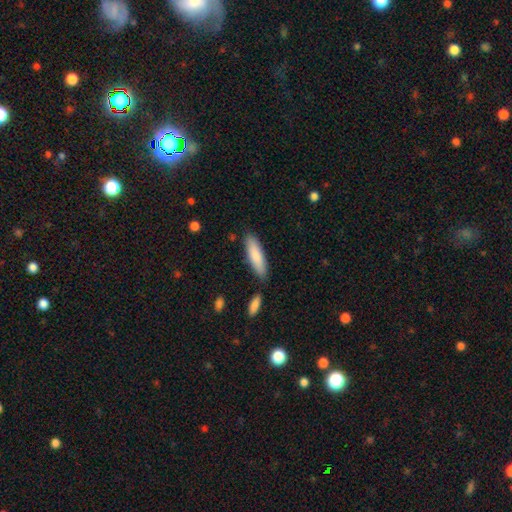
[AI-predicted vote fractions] smooth-or-featured: smooth: 84% | featured or disk: 11% | star or artifact: 5%
  how-rounded: cigar-shaped: 64% | in between: 35% | round: 1%
  merging: none: 80% | minor disturbance: 12% | merger: 6% | major disturbance: 3%